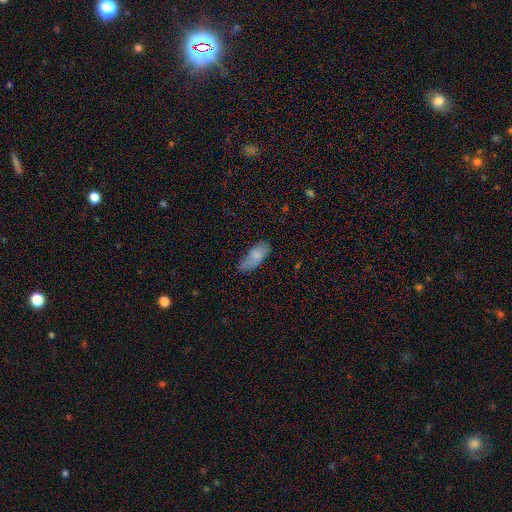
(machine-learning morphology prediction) Smooth or featured?
  - smooth: 79% *
  - featured or disk: 13%
  - star or artifact: 7%
How rounded?
  - in between: 81% *
  - cigar-shaped: 17%
  - round: 2%
Merging?
  - none: 58% *
  - minor disturbance: 31%
  - major disturbance: 8%
  - merger: 3%